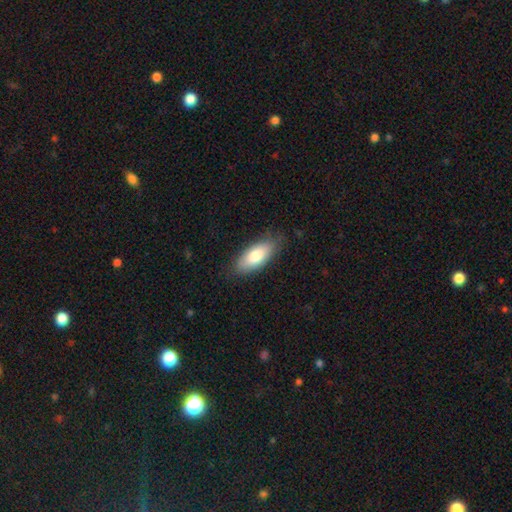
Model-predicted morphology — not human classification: This appears to be a smooth galaxy with no disk features (80%) that is in between round and cigar-shaped (82%). Merging: none (80%).